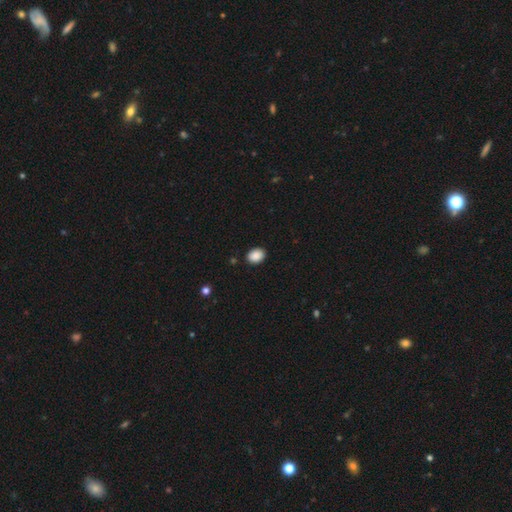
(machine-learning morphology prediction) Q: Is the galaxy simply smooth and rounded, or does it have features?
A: smooth — 89%.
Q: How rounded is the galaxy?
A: in between — 70%.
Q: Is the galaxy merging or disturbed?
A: none — 89%.